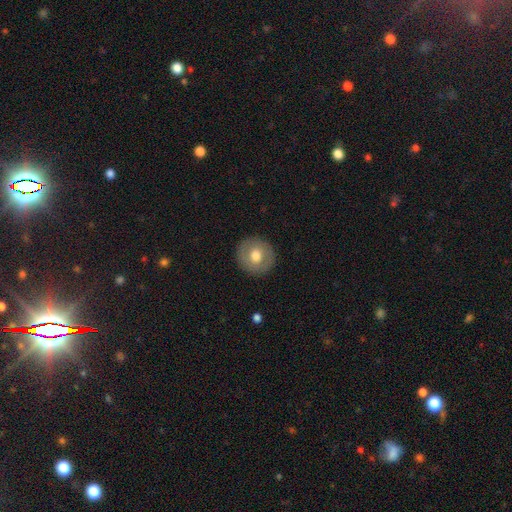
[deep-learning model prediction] This appears to be a smooth galaxy with no disk features (65%) that is round (93%). Merging: none (91%).